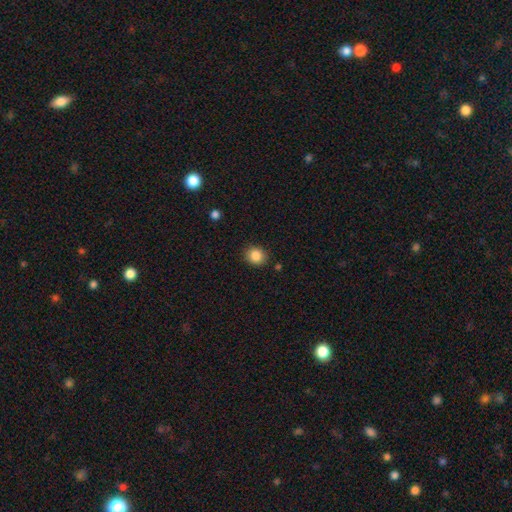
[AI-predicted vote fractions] Morphology: type=smooth (85%); roundness=round (80%); merging=none (88%).